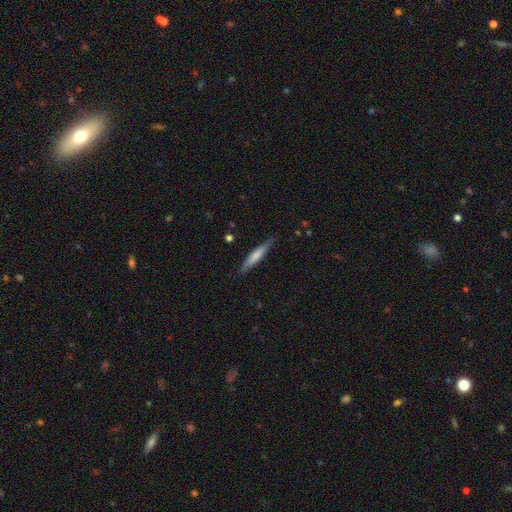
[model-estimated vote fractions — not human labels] Smooth or featured: smooth — 60% (featured or disk — 34%)
How rounded: cigar-shaped — 92% (in between — 7%)
Merging: none — 86% (minor disturbance — 11%)